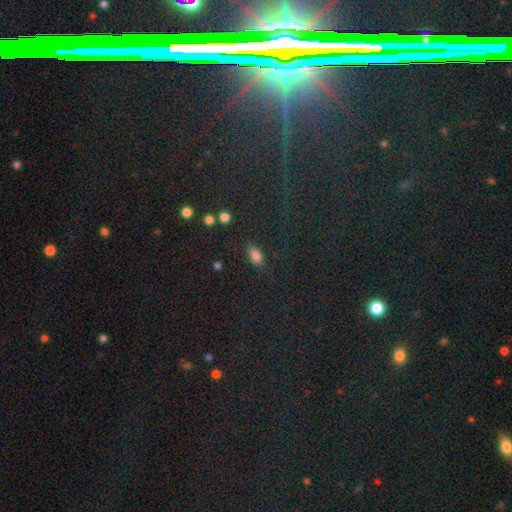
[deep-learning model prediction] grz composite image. It shows a smooth galaxy with no disk features (82%) that is in between round and cigar-shaped (87%). Merging: none (74%).